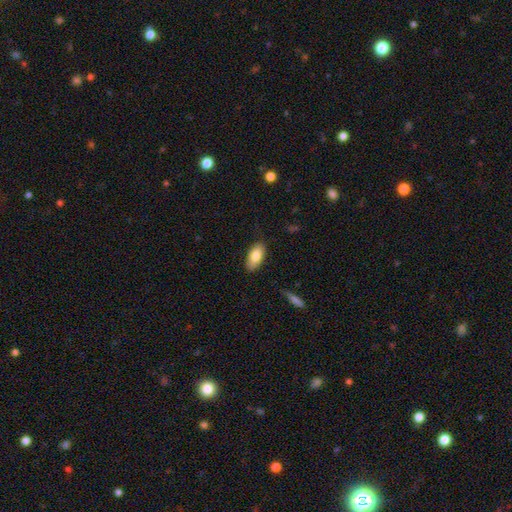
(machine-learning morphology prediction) Smooth or featured? smooth (81%)
How rounded? in between (91%)
Merging? none (82%)